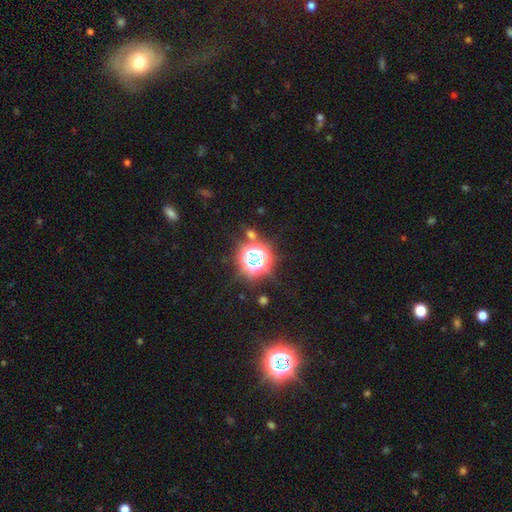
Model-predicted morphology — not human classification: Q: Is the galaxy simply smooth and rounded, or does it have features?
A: star or artifact — 78%.